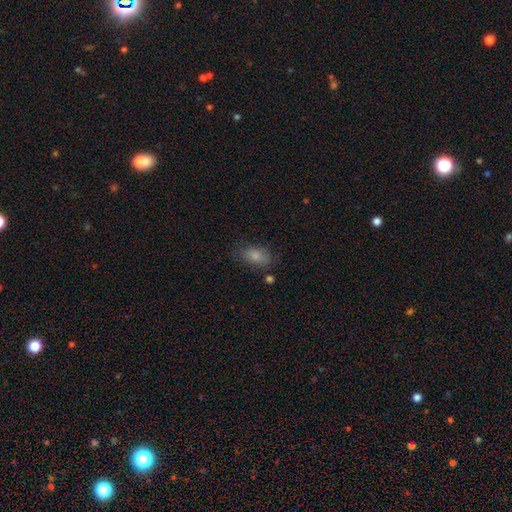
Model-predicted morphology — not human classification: smooth 82%, featured or disk 9%, star or artifact 9%. Down the decision tree: how rounded — in between (88%); merging — none (66%).